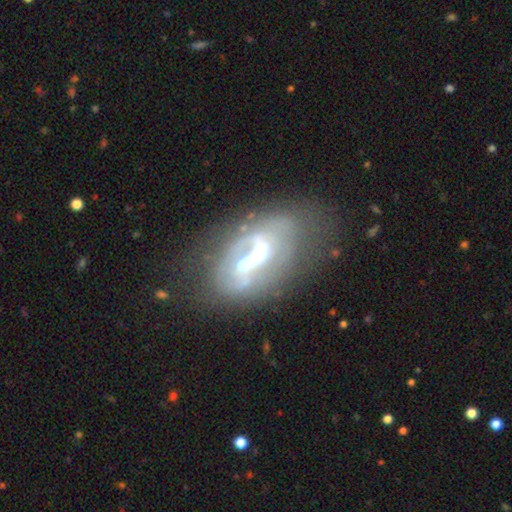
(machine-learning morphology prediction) type=featured or disk (74%); edge-on=no (93%); bar=weak (37%); spiral arms=yes (60%); bulge=moderate (46%); merging=none (47%).